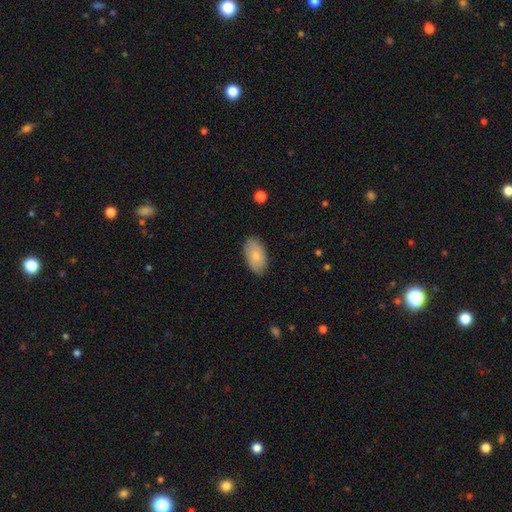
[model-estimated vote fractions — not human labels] Smooth or featured? Predicted: smooth (p=0.81). How rounded? Predicted: in between (p=0.95). Merging? Predicted: none (p=0.84).